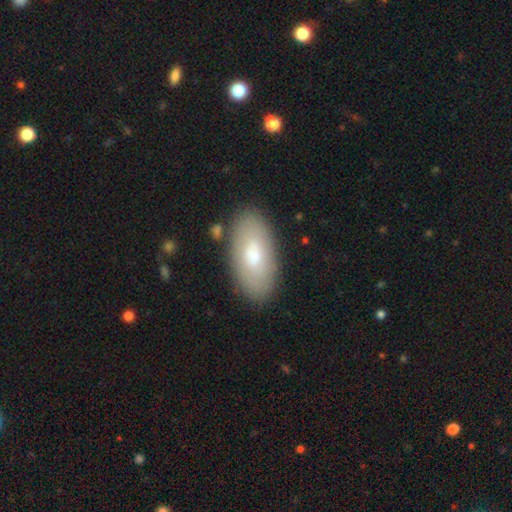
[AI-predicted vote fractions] smooth 70%, featured or disk 24%, star or artifact 6%. Down the decision tree: how rounded — in between (93%); merging — none (82%).